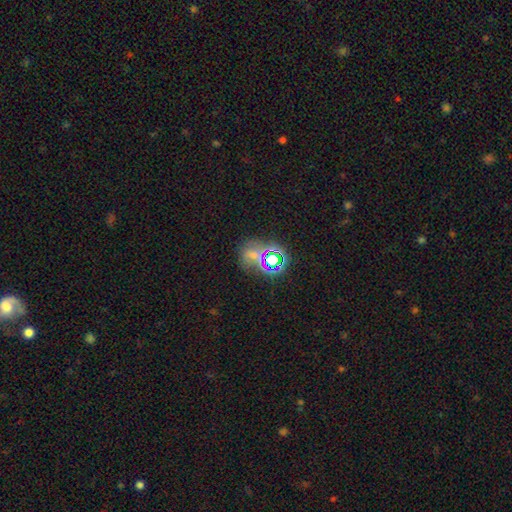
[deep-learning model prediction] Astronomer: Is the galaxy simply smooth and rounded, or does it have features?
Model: star or artifact — 51% (runner-up: smooth, 33%).